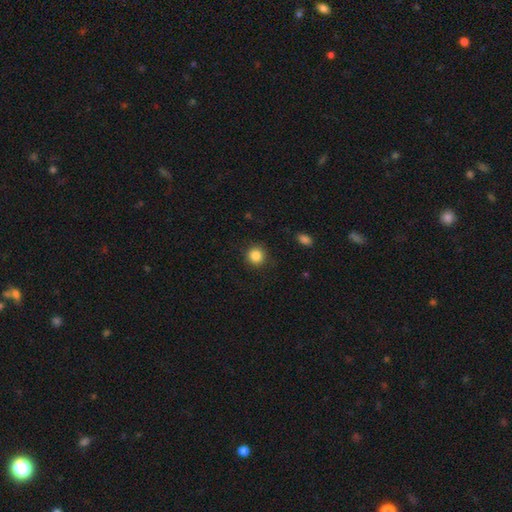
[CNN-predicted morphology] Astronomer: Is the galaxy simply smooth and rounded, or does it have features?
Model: smooth — 86%.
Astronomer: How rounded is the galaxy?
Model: round — 92%.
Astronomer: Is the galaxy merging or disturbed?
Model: none — 89%.